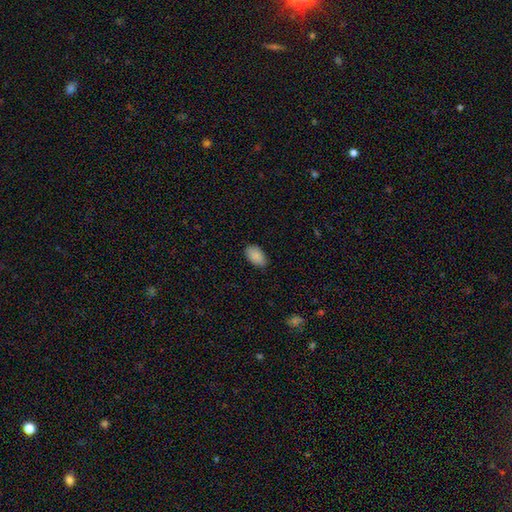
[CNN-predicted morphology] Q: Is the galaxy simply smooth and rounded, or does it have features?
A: smooth — 90%.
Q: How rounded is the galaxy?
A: in between — 93%.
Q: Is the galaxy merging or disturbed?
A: none — 86%.